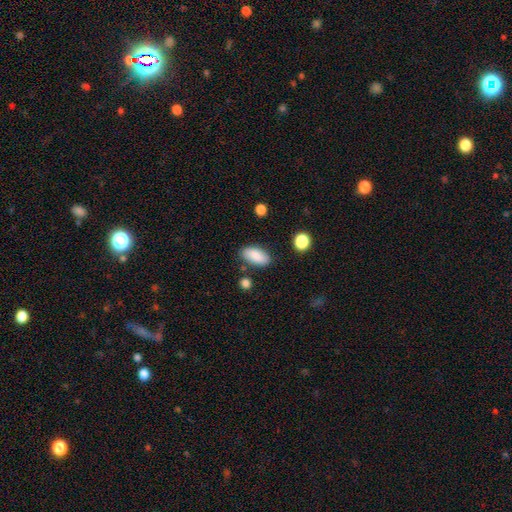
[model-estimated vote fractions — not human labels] Smooth or featured? smooth (85%)
How rounded? in between (92%)
Merging? none (78%)